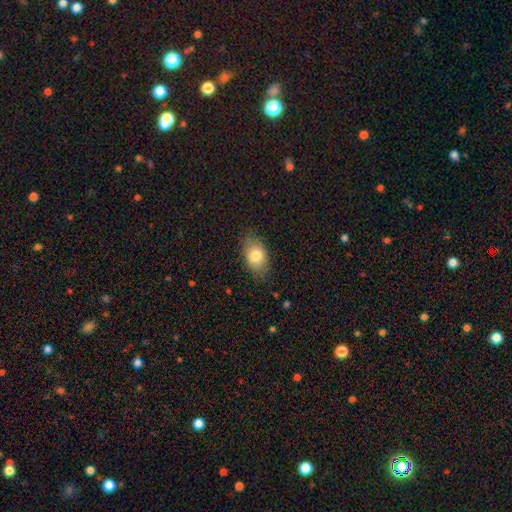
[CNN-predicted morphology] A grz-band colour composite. It shows a smooth galaxy with no disk features (81%) that is in between round and cigar-shaped (87%). Merging: none (79%).